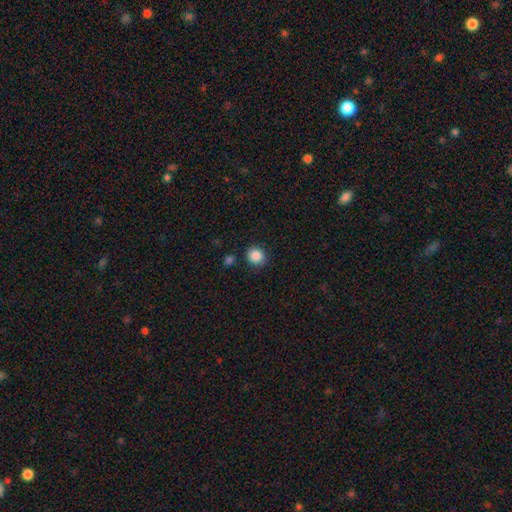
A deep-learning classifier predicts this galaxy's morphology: Smooth or featured? smooth (88%)
How rounded? round (82%)
Merging? none (85%)